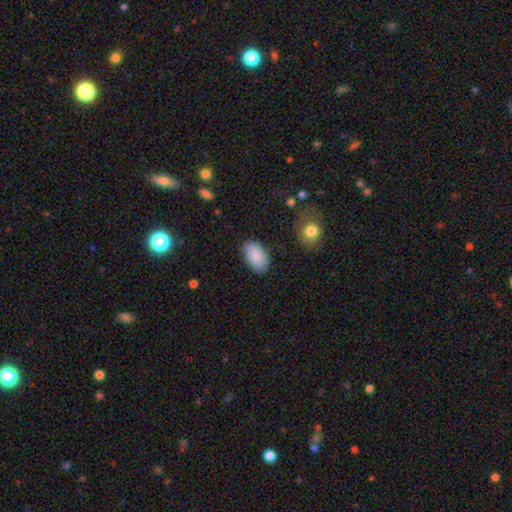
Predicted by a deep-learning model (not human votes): The model was most divided on "merging": none: 83%, minor disturbance: 12%, major disturbance: 3%, merger: 2%. More confident: how rounded — in between (94%); smooth or featured — smooth (88%).